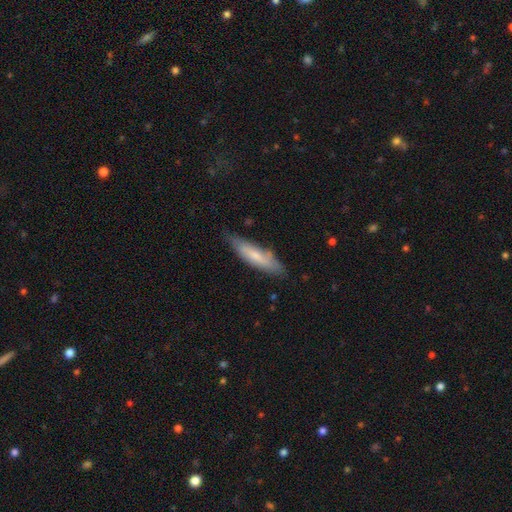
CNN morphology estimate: This appears to be a smooth galaxy with no disk features (61%) that is cigar-shaped (70%). Merging: none (70%).